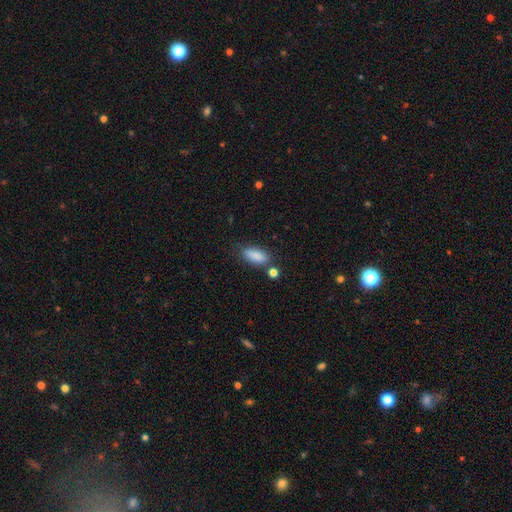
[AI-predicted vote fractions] Overall: smooth (86%). How rounded: in between (78%). Merging: none (67%).